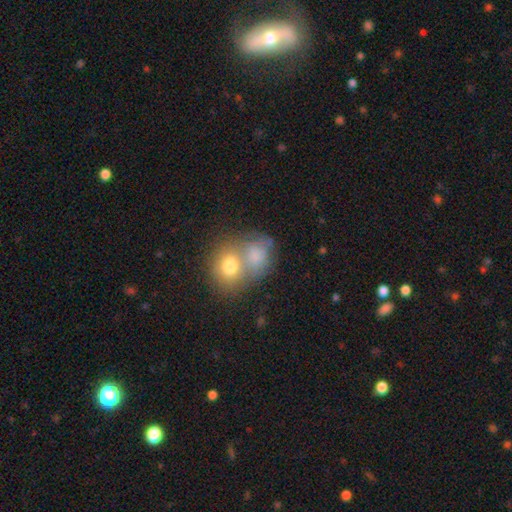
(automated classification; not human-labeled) Smooth or featured? smooth (72%)
How rounded? round (56%)
Merging? merger (59%)